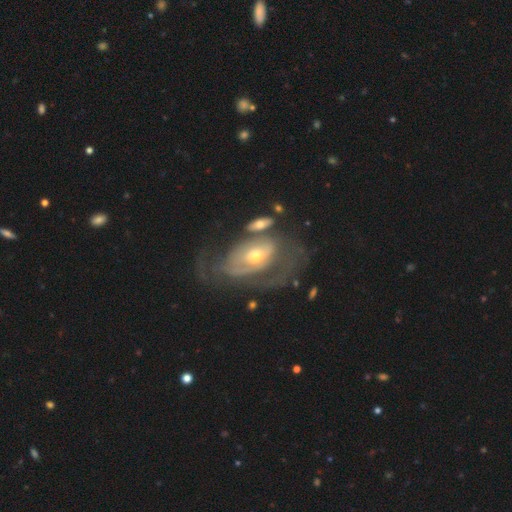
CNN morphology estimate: Q: Smooth or featured?
A: featured or disk (74%); runner-up: smooth (20%)
Q: Edge-on disk?
A: no (93%); runner-up: yes (7%)
Q: Bar?
A: no (64%); runner-up: weak (27%)
Q: Spiral arms?
A: yes (65%); runner-up: no (35%)
Q: Bulge size?
A: moderate (60%); runner-up: small (32%)
Q: Merging?
A: major disturbance (36%); runner-up: none (29%)